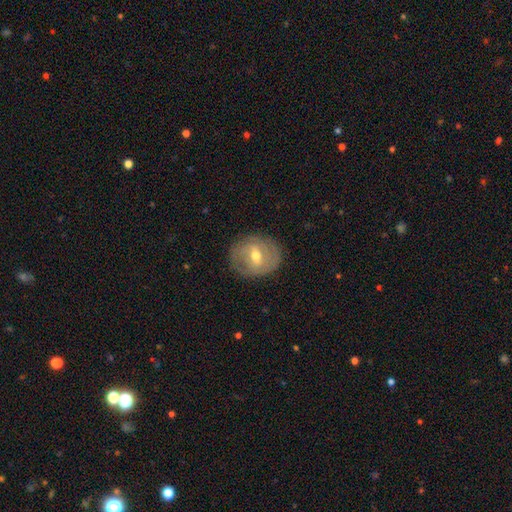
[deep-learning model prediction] Morphology: type=featured or disk (62%); edge-on=no (95%); bar=weak (52%); spiral arms=yes (58%); bulge=moderate (64%); merging=none (80%).